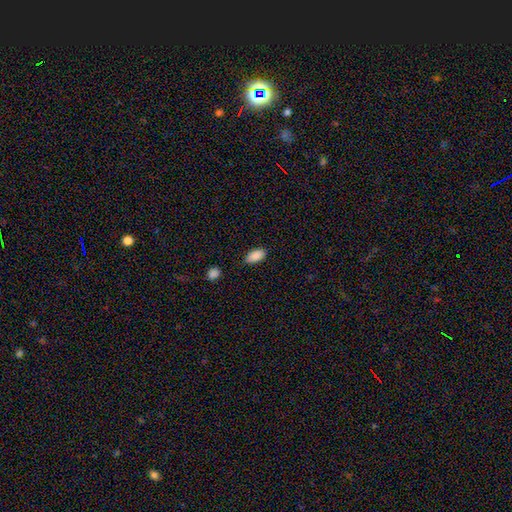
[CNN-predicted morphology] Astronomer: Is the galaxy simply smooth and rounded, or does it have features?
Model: smooth — 89%.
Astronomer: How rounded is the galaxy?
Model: in between — 93%.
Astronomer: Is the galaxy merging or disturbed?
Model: none — 83%.